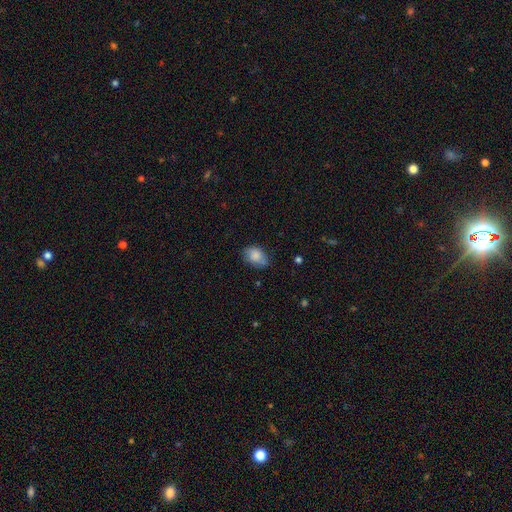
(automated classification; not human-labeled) Q: Smooth or featured?
A: smooth (83%); runner-up: featured or disk (9%)
Q: How rounded?
A: in between (81%); runner-up: round (18%)
Q: Merging?
A: none (69%); runner-up: minor disturbance (24%)